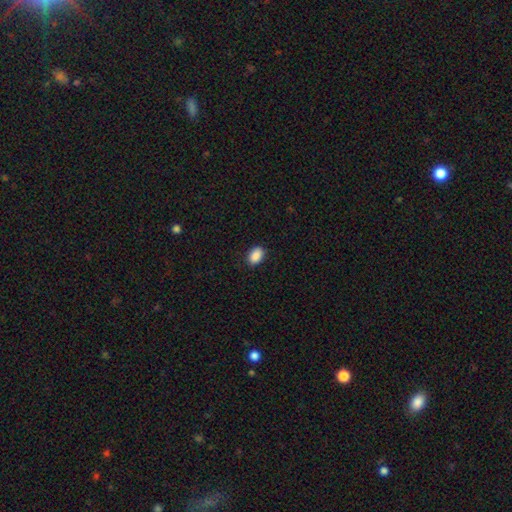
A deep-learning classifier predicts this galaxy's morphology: A smooth galaxy with no disk features (90%) that is in between round and cigar-shaped (86%). Merging: none (88%).